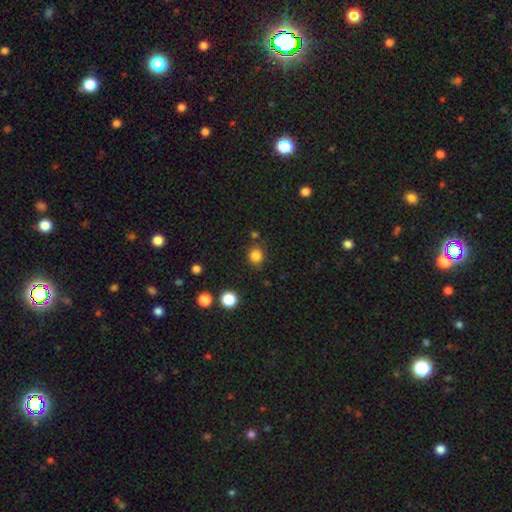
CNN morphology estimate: Smooth or featured?
  - smooth: 84% *
  - star or artifact: 12%
  - featured or disk: 4%
How rounded?
  - round: 84% *
  - in between: 15%
  - cigar-shaped: 1%
Merging?
  - none: 84% *
  - minor disturbance: 9%
  - merger: 4%
  - major disturbance: 3%